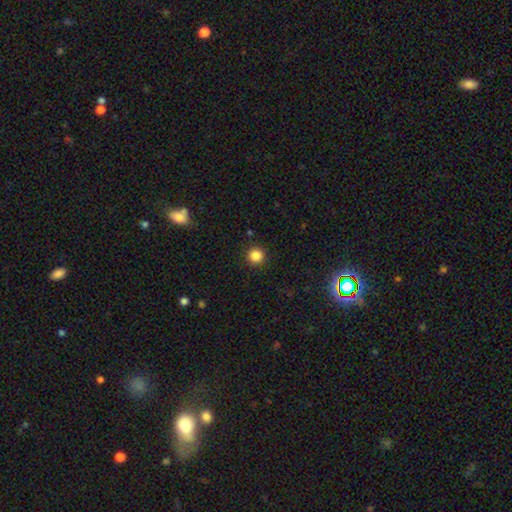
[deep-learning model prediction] smooth 85%, star or artifact 12%, featured or disk 3%. Down the decision tree: how rounded — round (95%); merging — none (92%).